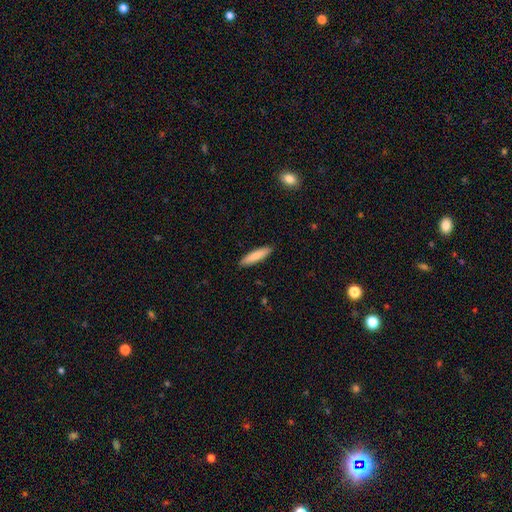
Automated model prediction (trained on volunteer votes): A smooth galaxy with no disk features (84%) that is cigar-shaped (77%).

Vote fractions:
- Smooth or featured? smooth: 84% / featured or disk: 11% / star or artifact: 5%
- How rounded? cigar-shaped: 77% / in between: 21% / round: 1%
- Merging? none: 91% / minor disturbance: 7% / major disturbance: 1% / merger: 1%